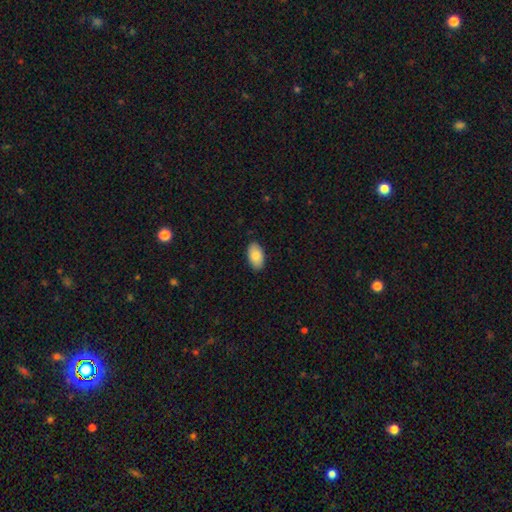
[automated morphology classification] smooth-or-featured: smooth: 86% | featured or disk: 8% | star or artifact: 6%
  how-rounded: in between: 95% | round: 4% | cigar-shaped: 2%
  merging: none: 88% | minor disturbance: 10% | major disturbance: 2% | merger: 1%